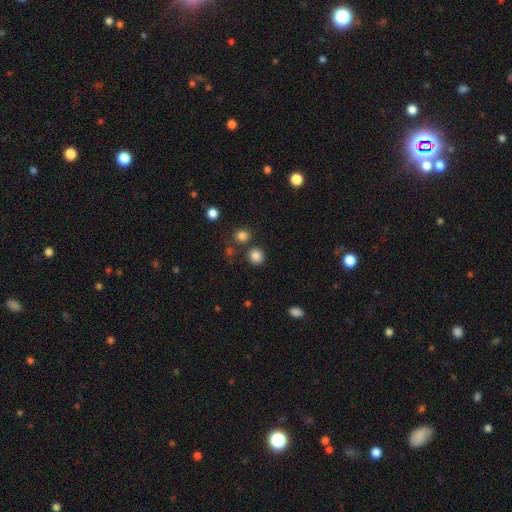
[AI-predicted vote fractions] Morphology: type=smooth (84%); roundness=round (90%); merging=none (81%).